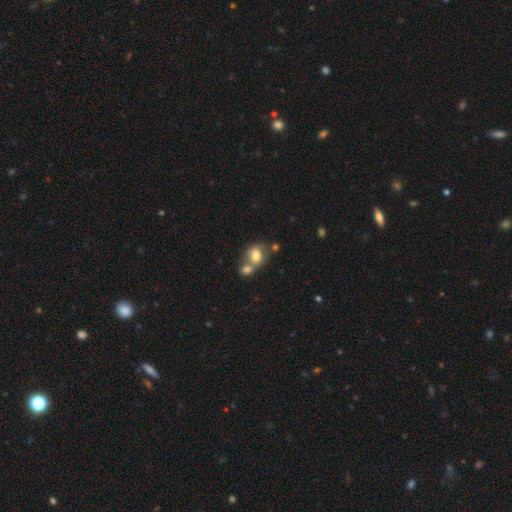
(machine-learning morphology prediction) smooth_or_featured: smooth (p=0.76) [alt: featured or disk p=0.14]
how_rounded: round (p=0.56) [alt: in between p=0.42]
merging: merger (p=0.54) [alt: none p=0.34]